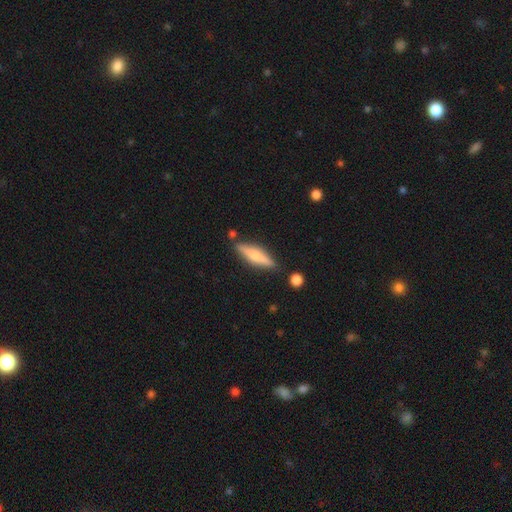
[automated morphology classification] This appears to be a smooth galaxy with no disk features (47%). Merging: none (82%).